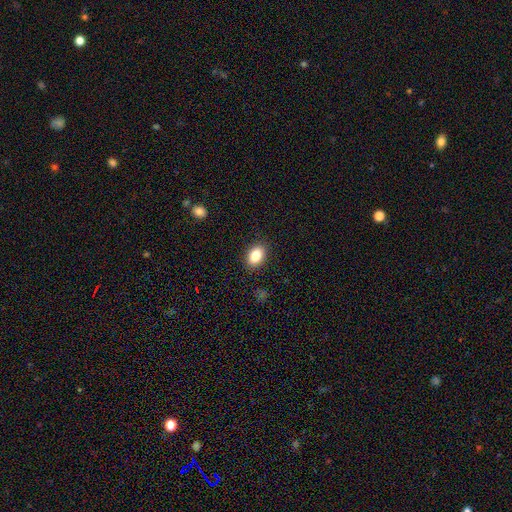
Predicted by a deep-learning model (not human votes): Overall: smooth (84%). How rounded: in between (83%). Merging: none (89%).